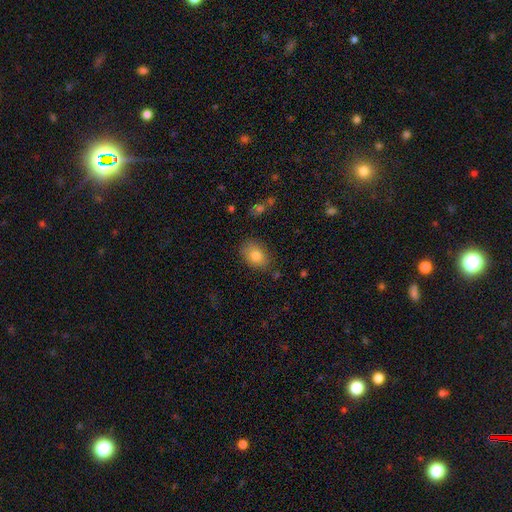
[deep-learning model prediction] This appears to be a smooth galaxy with no disk features (82%) that is in between round and cigar-shaped (78%). Merging: none (80%).